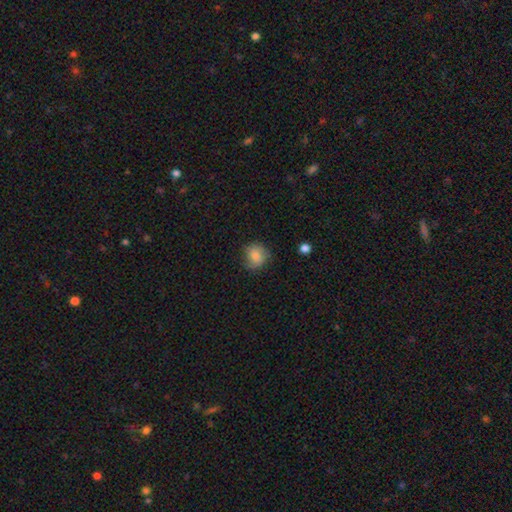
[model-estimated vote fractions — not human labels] This appears to be a smooth galaxy with no disk features (77%) that is round (80%). Merging: none (68%).